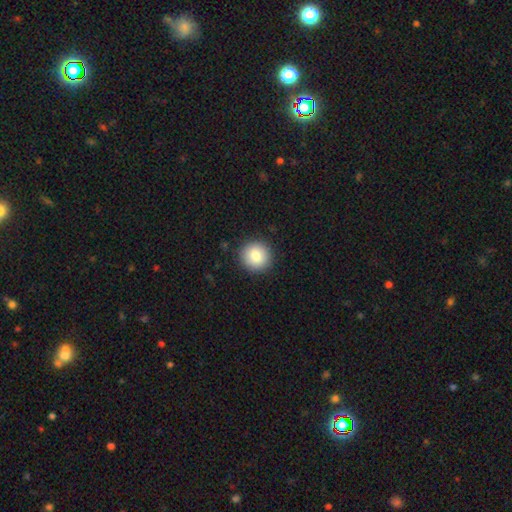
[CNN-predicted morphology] A smooth galaxy with no disk features (84%) that is round (93%). Merging: none (91%).